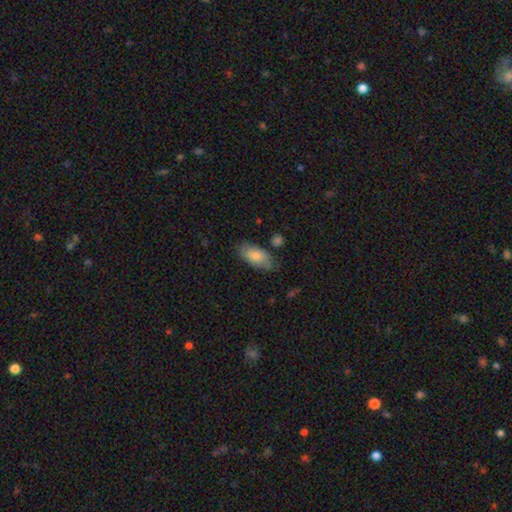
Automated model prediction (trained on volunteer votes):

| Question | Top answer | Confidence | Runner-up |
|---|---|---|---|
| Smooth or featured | smooth | 80% | featured or disk (13%) |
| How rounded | in between | 91% | cigar-shaped (5%) |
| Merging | none | 71% | minor disturbance (21%) |